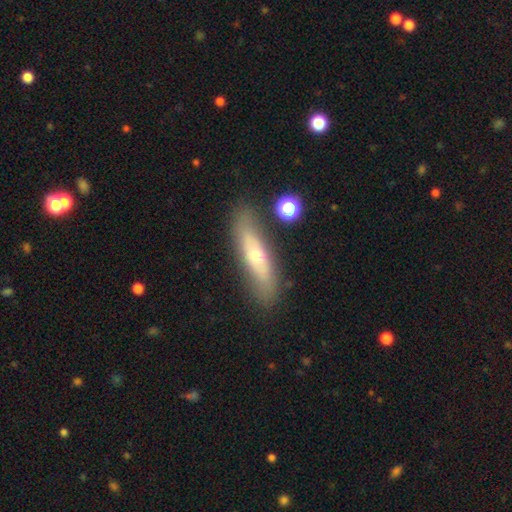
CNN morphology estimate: A smooth galaxy with no disk features (47%). Merging: none (80%).